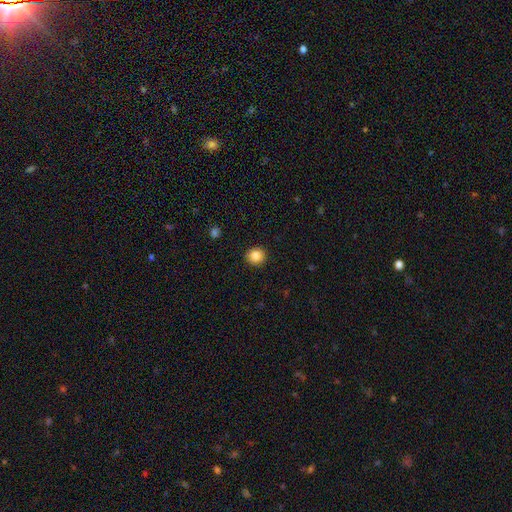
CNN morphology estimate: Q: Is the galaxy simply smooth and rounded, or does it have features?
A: smooth — 85%.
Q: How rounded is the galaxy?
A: round — 90%.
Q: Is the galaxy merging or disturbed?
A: none — 92%.